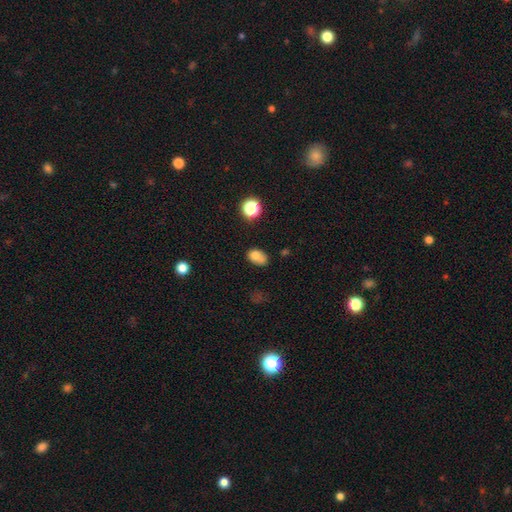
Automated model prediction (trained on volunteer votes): smooth_or_featured: smooth (p=0.75) [alt: featured or disk p=0.13]
how_rounded: in between (p=0.76) [alt: round p=0.23]
merging: none (p=0.50) [alt: minor disturbance p=0.29]